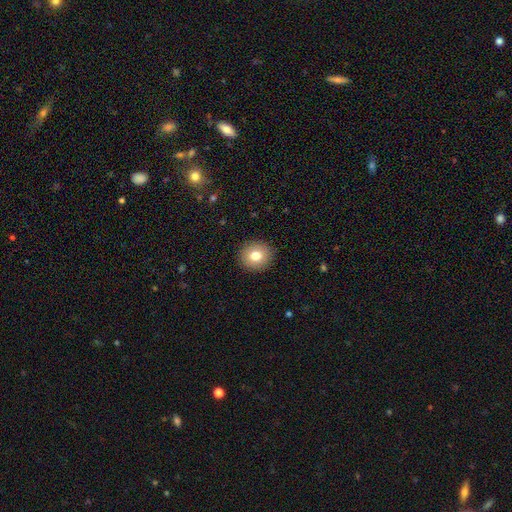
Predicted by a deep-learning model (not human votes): Overall: smooth (78%). How rounded: round (85%). Merging: none (91%).